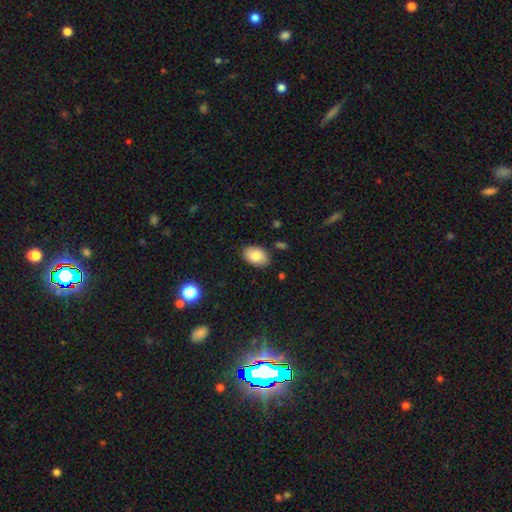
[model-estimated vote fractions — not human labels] This appears to be a smooth galaxy with no disk features (83%) that is in between round and cigar-shaped (89%). Merging: none (85%).